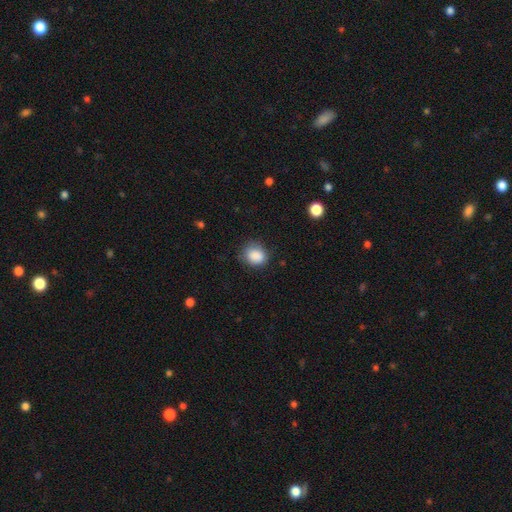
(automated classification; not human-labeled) A smooth galaxy with no disk features (87%) that is round (61%).

Vote fractions:
- Smooth or featured? smooth: 87% / star or artifact: 9% / featured or disk: 4%
- How rounded? round: 61% / in between: 38% / cigar-shaped: 1%
- Merging? none: 72% / minor disturbance: 21% / major disturbance: 6% / merger: 2%